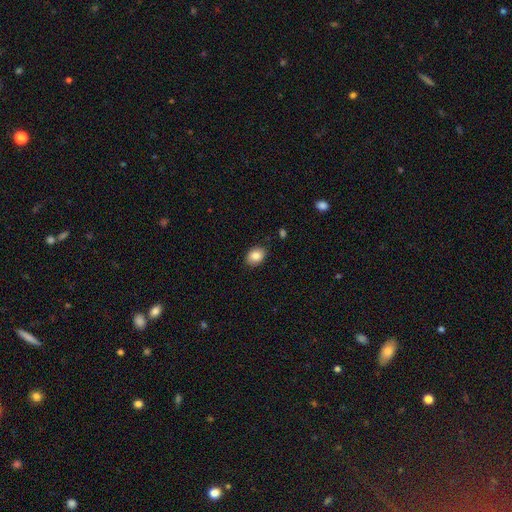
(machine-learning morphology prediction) smooth-or-featured: smooth: 85% | star or artifact: 8% | featured or disk: 7%
  how-rounded: in between: 69% | round: 30% | cigar-shaped: 1%
  merging: none: 87% | minor disturbance: 9% | major disturbance: 2% | merger: 1%